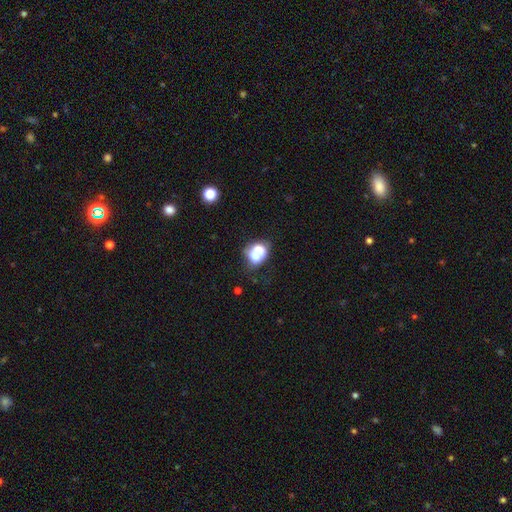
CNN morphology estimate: smooth_or_featured: smooth (p=0.59) [alt: featured or disk p=0.29]
how_rounded: round (p=0.55) [alt: in between p=0.44]
merging: merger (p=0.46) [alt: none p=0.30]